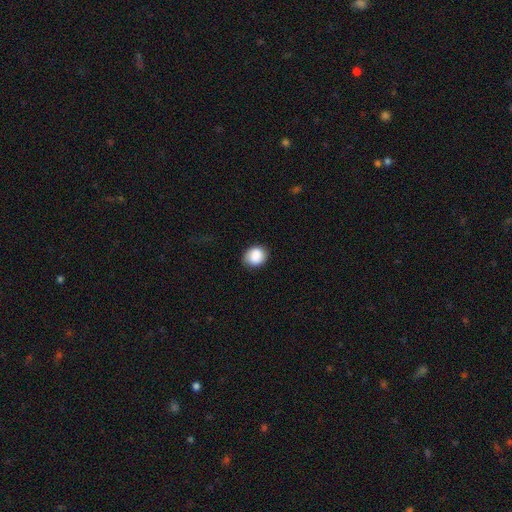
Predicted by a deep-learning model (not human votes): Smooth or featured? smooth (88%)
How rounded? round (62%)
Merging? none (80%)